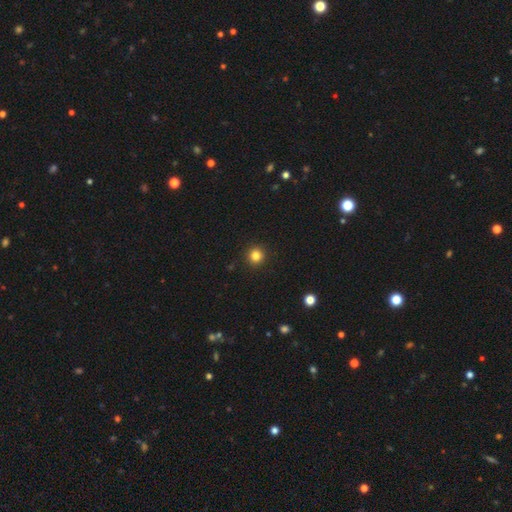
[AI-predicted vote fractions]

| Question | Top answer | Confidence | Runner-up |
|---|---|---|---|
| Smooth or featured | smooth | 83% | star or artifact (13%) |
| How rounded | round | 93% | in between (6%) |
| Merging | none | 92% | minor disturbance (5%) |